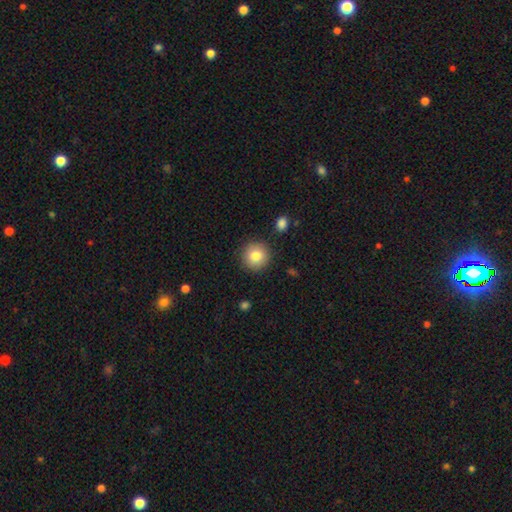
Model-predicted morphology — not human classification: Overall: smooth (82%). How rounded: round (93%). Merging: none (89%).